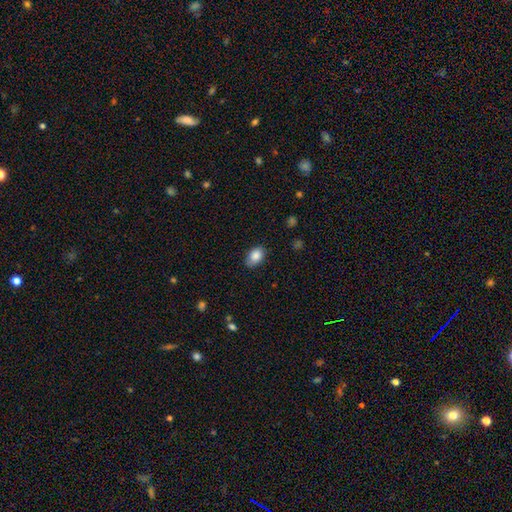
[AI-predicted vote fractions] Smooth or featured?
  - smooth: 86% *
  - star or artifact: 8%
  - featured or disk: 6%
How rounded?
  - in between: 84% *
  - round: 15%
  - cigar-shaped: 1%
Merging?
  - none: 79% *
  - minor disturbance: 16%
  - major disturbance: 3%
  - merger: 1%